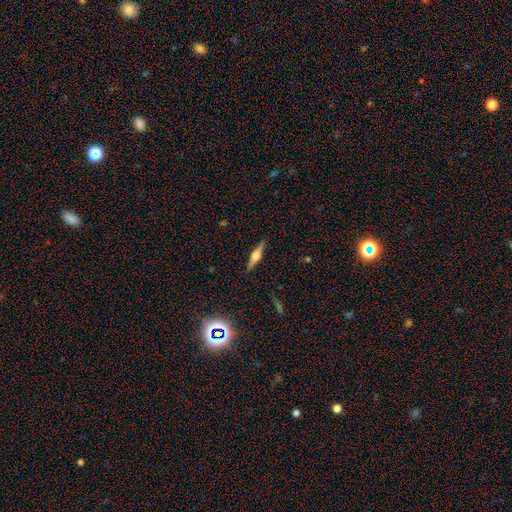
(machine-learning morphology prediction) Smooth or featured? featured or disk (72%)
Edge-on disk? yes (98%)
Edge-on bulge? rounded (91%)
Merging? none (90%)